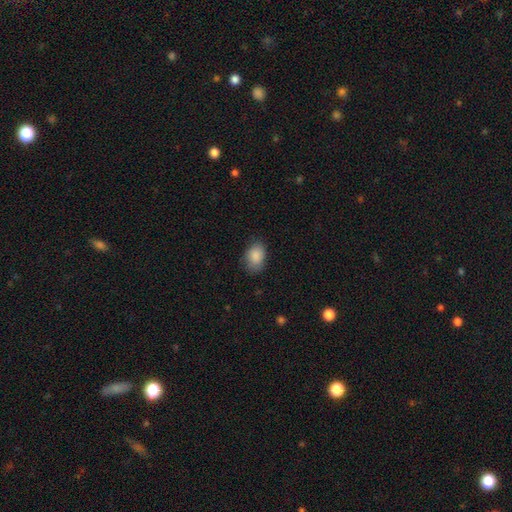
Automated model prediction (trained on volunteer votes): Smooth or featured?
  - smooth: 88% *
  - star or artifact: 7%
  - featured or disk: 5%
How rounded?
  - in between: 82% *
  - round: 17%
  - cigar-shaped: 1%
Merging?
  - none: 77% *
  - minor disturbance: 18%
  - major disturbance: 4%
  - merger: 1%